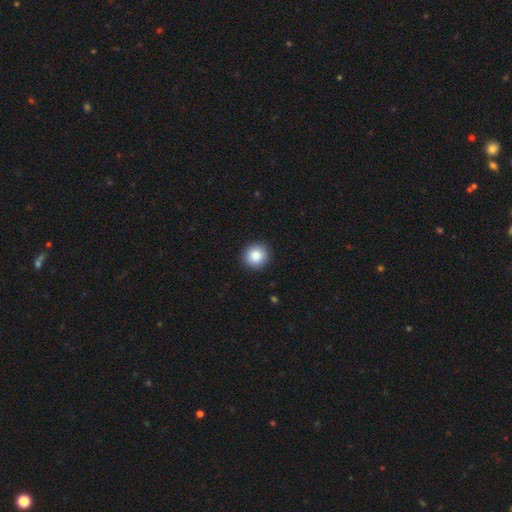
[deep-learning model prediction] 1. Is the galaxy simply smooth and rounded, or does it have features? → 87% smooth, 8% star or artifact, 5% featured or disk.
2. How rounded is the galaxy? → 93% round, 6% in between, 1% cigar-shaped.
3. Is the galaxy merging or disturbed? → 92% none, 6% minor disturbance, 2% major disturbance, 1% merger.